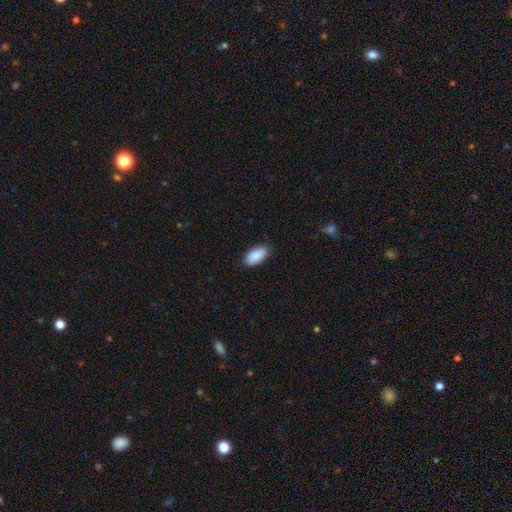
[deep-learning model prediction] Smooth or featured: smooth — 89% (star or artifact — 6%)
How rounded: in between — 93% (cigar-shaped — 5%)
Merging: none — 85% (minor disturbance — 12%)